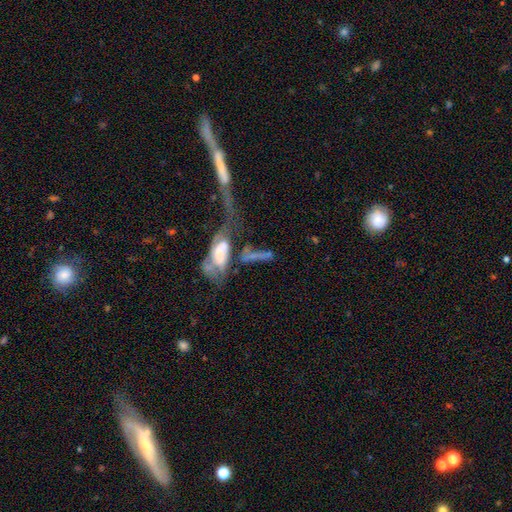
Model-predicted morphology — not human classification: smooth_or_featured: featured or disk (p=0.51) [alt: smooth p=0.36]
disk_edge_on: no (p=0.73) [alt: yes p=0.27]
merging: merger (p=0.56) [alt: major disturbance p=0.20]